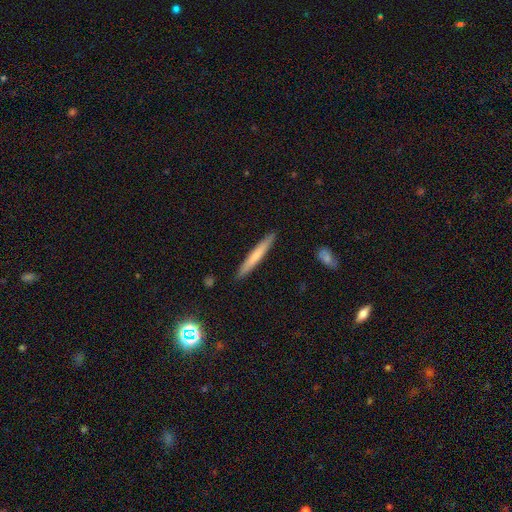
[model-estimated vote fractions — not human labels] The model was most divided on "smooth or featured": smooth: 64%, featured or disk: 30%, star or artifact: 6%. More confident: how rounded — cigar-shaped (96%); merging — none (91%).